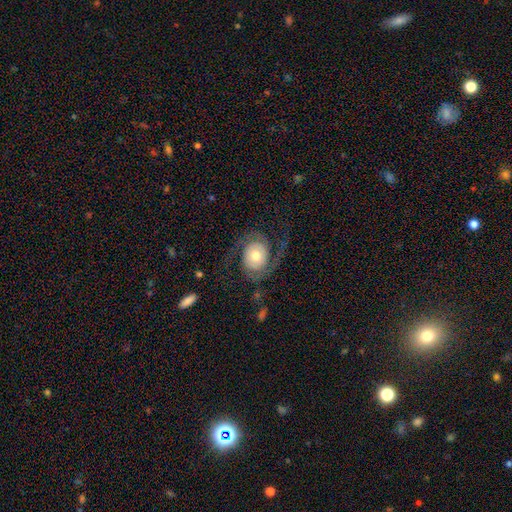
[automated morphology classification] Q: Smooth or featured?
A: featured or disk (75%); runner-up: smooth (18%)
Q: Edge-on disk?
A: no (97%); runner-up: yes (3%)
Q: Bar?
A: no (74%); runner-up: weak (20%)
Q: Spiral arms?
A: yes (91%); runner-up: no (9%)
Q: Spiral winding?
A: loose (41%); runner-up: medium (39%)
Q: Spiral arm count?
A: 2 (86%); runner-up: 1 (4%)
Q: Bulge size?
A: moderate (65%); runner-up: small (16%)
Q: Merging?
A: none (67%); runner-up: major disturbance (19%)